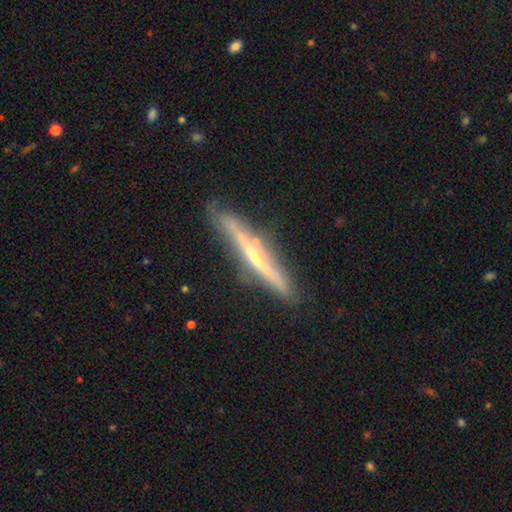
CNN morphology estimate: Overall: featured or disk (77%). Edge-on disk: yes (96%). Edge-on bulge: rounded (70%). Merging: none (82%).